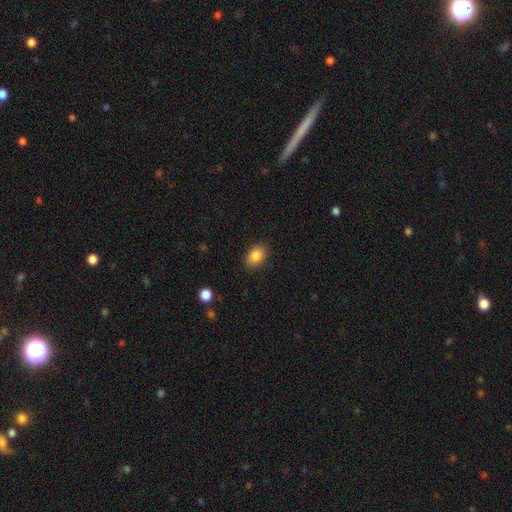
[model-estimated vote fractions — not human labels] A smooth galaxy with no disk features (86%) that is in between round and cigar-shaped (86%).

Vote fractions:
- Smooth or featured? smooth: 86% / star or artifact: 8% / featured or disk: 6%
- How rounded? in between: 86% / round: 13% / cigar-shaped: 1%
- Merging? none: 87% / minor disturbance: 10% / major disturbance: 3% / merger: 1%